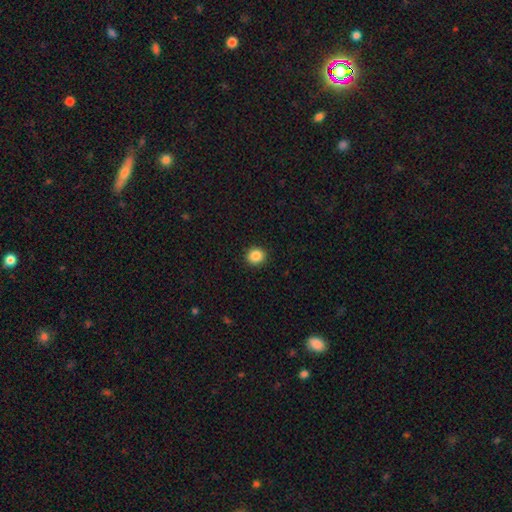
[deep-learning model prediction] smooth_or_featured: smooth (p=0.87) [alt: star or artifact p=0.10]
how_rounded: round (p=0.88) [alt: in between p=0.11]
merging: none (p=0.92) [alt: minor disturbance p=0.05]